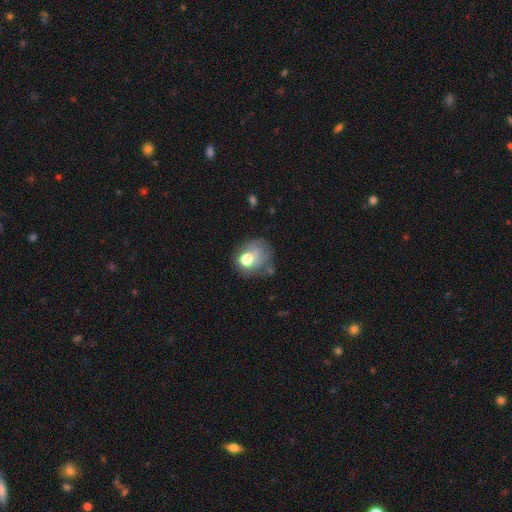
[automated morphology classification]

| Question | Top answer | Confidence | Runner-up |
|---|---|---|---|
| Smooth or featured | smooth | 60% | featured or disk (26%) |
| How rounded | round | 66% | in between (33%) |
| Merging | none | 41% | minor disturbance (26%) |